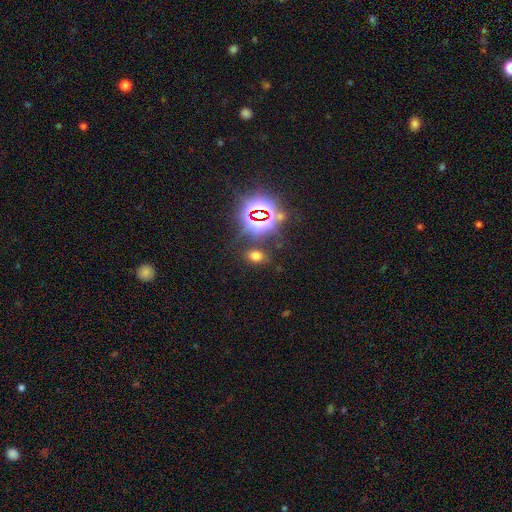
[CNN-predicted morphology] This is possibly a smooth galaxy (55%). How rounded: likely in between (78%). Merging: likely none (80%).